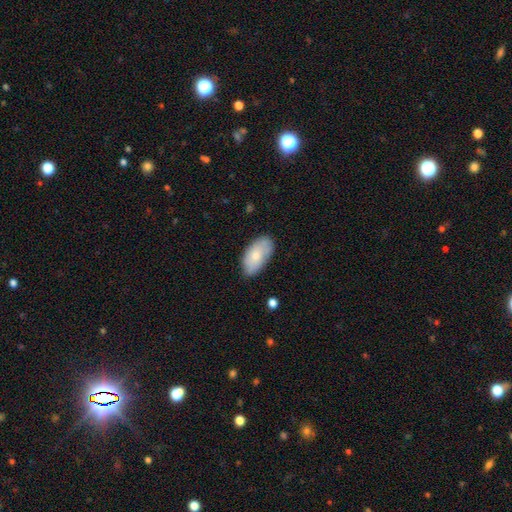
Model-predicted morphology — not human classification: A smooth galaxy with no disk features (73%) that is in between round and cigar-shaped (94%). Merging: none (72%).